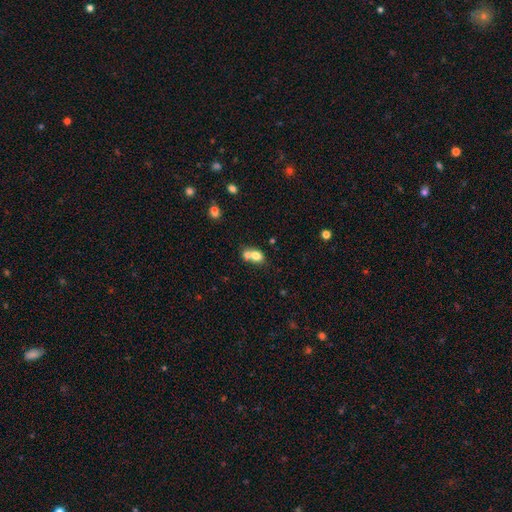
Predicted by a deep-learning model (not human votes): This is likely a smooth galaxy (73%). How rounded: possibly round (52%). Merging: likely merger (64%).